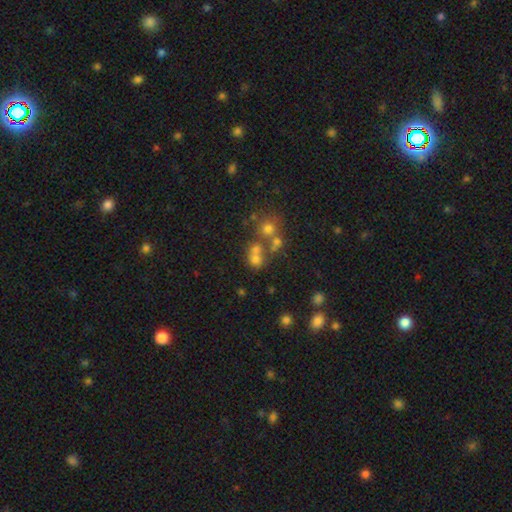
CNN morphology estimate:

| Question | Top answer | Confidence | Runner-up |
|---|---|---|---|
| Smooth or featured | smooth | 60% | star or artifact (21%) |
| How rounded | round | 69% | in between (30%) |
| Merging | merger | 43% | none (40%) |